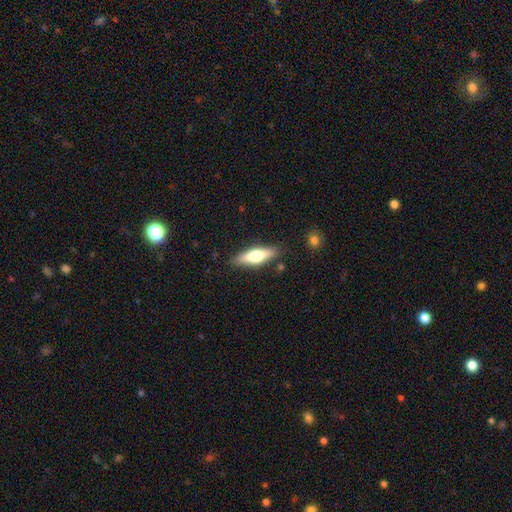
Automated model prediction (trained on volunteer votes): A smooth galaxy with no disk features (51%) that is cigar-shaped (56%). Merging: none (85%).